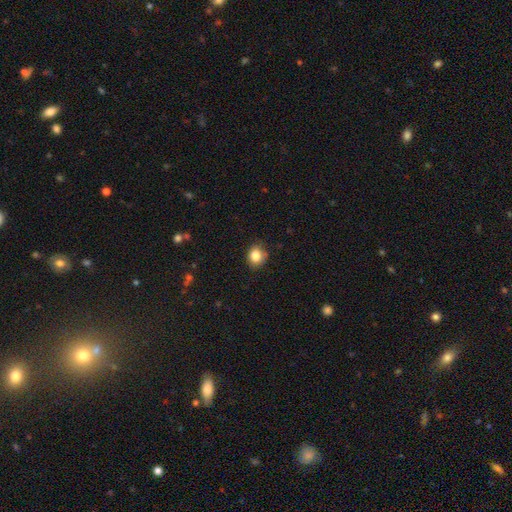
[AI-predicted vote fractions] The model was most divided on "how rounded": round: 72%, in between: 27%, cigar-shaped: 1%. More confident: smooth or featured — smooth (84%); merging — none (83%).